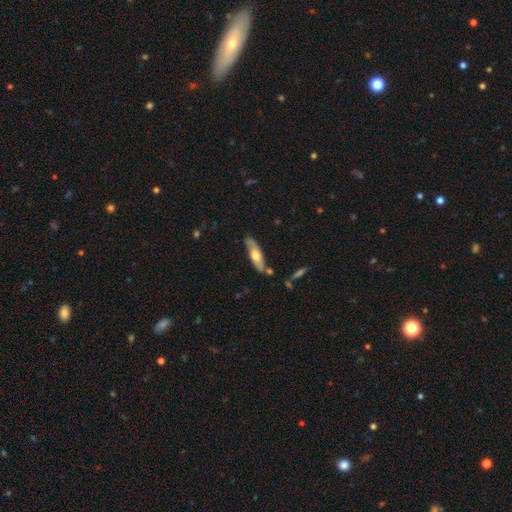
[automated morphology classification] Q: Smooth or featured?
A: smooth (49%); runner-up: featured or disk (46%)
Q: Merging?
A: none (75%); runner-up: minor disturbance (17%)